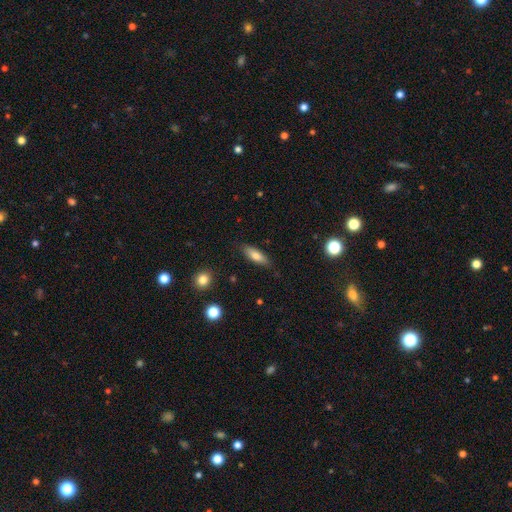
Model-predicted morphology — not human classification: type=smooth (74%); roundness=in between (54%); merging=none (83%).